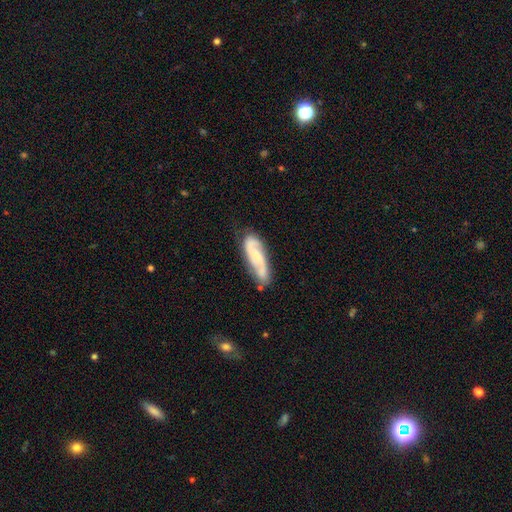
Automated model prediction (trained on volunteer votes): Smooth or featured: featured or disk — 67% (smooth — 27%)
Edge-on disk: no — 88% (yes — 12%)
Bar: no — 48% (weak — 37%)
Spiral arms: yes — 93% (no — 7%)
Spiral winding: medium — 44% (loose — 31%)
Spiral arm count: 2 — 83% (can't tell — 9%)
Bulge size: small — 46% (none — 25%)
Merging: none — 69% (minor disturbance — 21%)